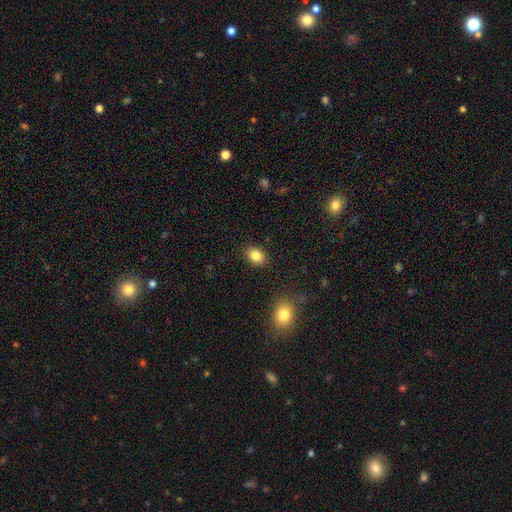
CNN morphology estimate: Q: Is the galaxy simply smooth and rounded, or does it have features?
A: smooth — 84%.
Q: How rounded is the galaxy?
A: in between — 68%.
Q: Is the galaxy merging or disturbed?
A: none — 88%.